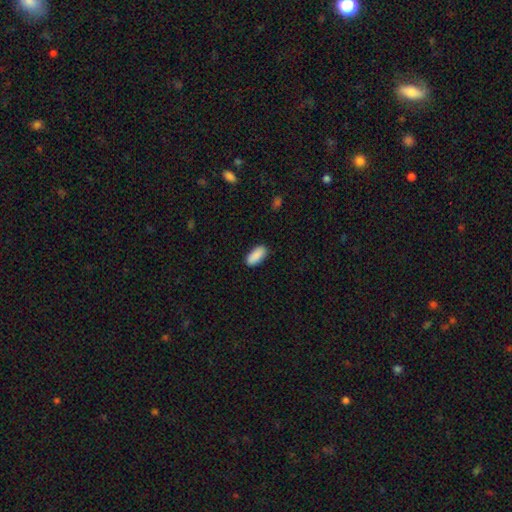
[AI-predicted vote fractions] A smooth galaxy with no disk features (90%) that is in between round and cigar-shaped (86%). Merging: none (89%).